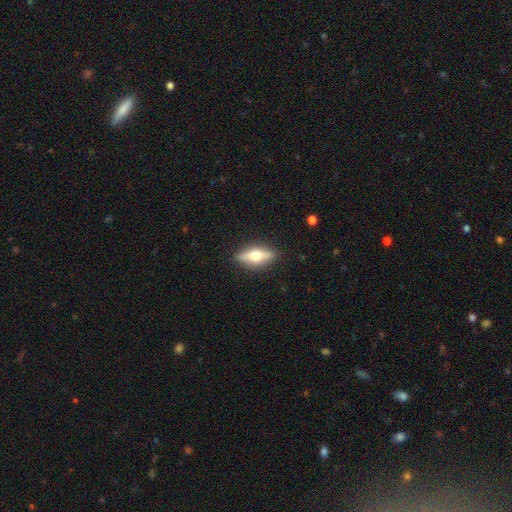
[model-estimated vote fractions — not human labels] Smooth or featured: featured or disk — 56% (smooth — 37%)
Edge-on disk: yes — 91% (no — 9%)
Edge-on bulge: rounded — 95% (boxy — 3%)
Merging: none — 88% (minor disturbance — 9%)